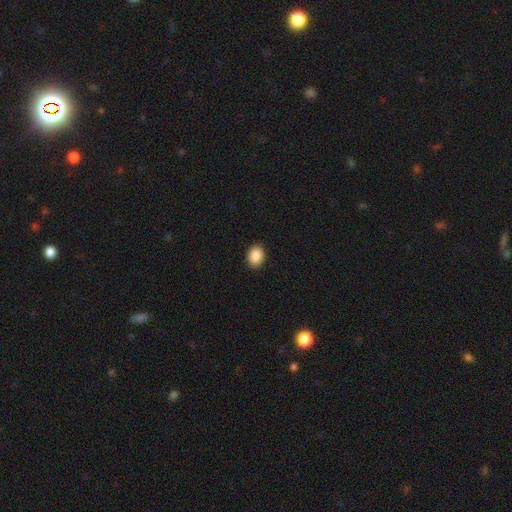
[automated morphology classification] This is clearly a smooth galaxy (89%). How rounded: likely in between (67%). Merging: clearly none (91%).